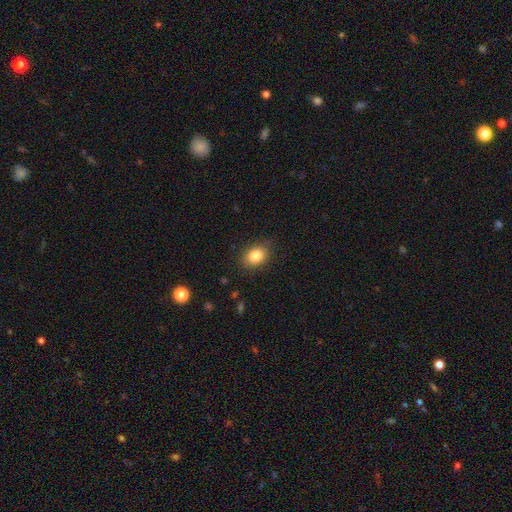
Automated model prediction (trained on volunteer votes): Morphology: type=smooth (84%); roundness=in between (64%); merging=none (83%).